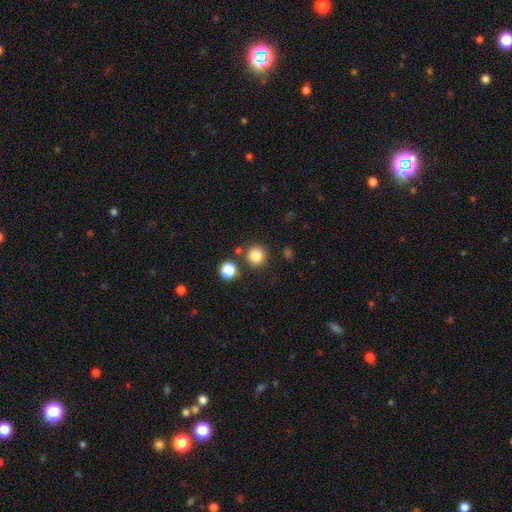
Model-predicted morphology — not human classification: This appears to be a smooth galaxy with no disk features (84%) that is round (94%). Merging: none (83%).